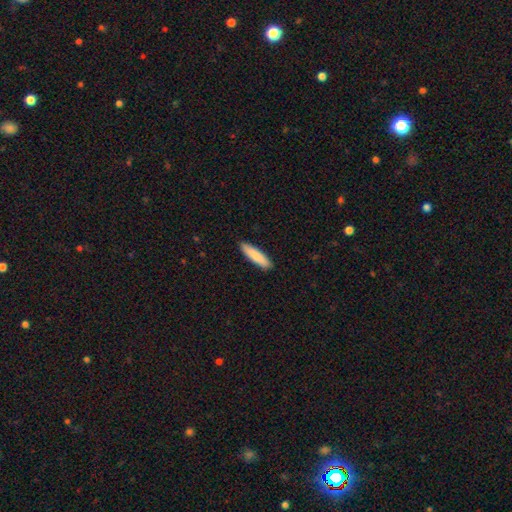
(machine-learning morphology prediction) Smooth or featured: smooth — 86% (featured or disk — 8%)
How rounded: cigar-shaped — 75% (in between — 24%)
Merging: none — 90% (minor disturbance — 8%)